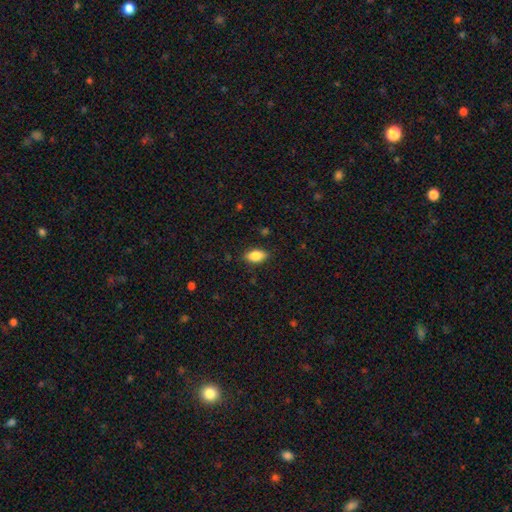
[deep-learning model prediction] Morphology: type=smooth (85%); roundness=in between (91%); merging=none (85%).